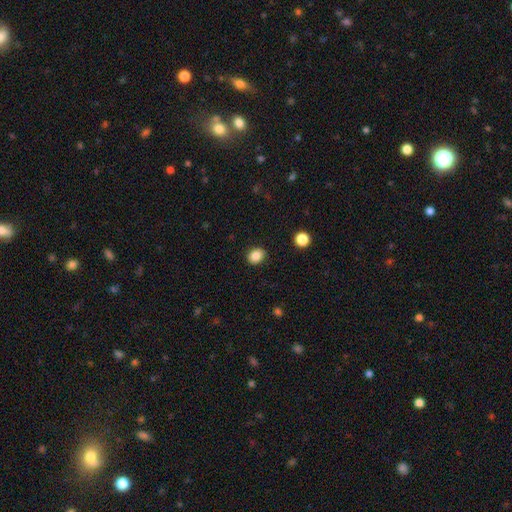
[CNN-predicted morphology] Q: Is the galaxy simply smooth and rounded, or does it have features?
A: smooth — 86%.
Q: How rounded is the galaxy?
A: round — 52%.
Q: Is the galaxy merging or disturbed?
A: none — 89%.